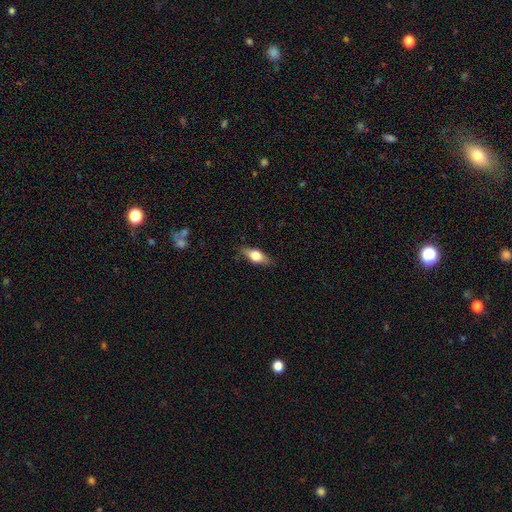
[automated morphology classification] A smooth galaxy with no disk features (56%) that is in between round and cigar-shaped (70%).

Vote fractions:
- Smooth or featured? smooth: 56% / featured or disk: 36% / star or artifact: 7%
- How rounded? in between: 70% / cigar-shaped: 25% / round: 5%
- Merging? none: 82% / minor disturbance: 14% / major disturbance: 3% / merger: 1%